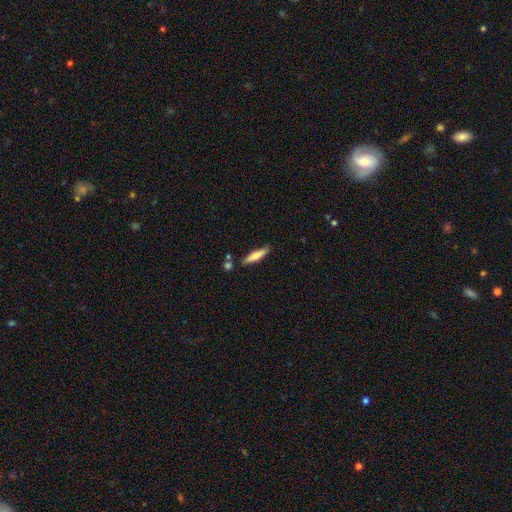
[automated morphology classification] The model was most divided on "smooth or featured": smooth: 69%, featured or disk: 25%, star or artifact: 6%. More confident: how rounded — cigar-shaped (84%); merging — none (81%).